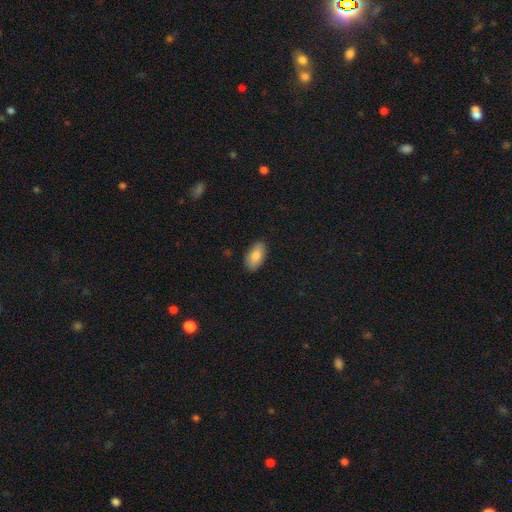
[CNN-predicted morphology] smooth 82%, featured or disk 11%, star or artifact 6%. Down the decision tree: how rounded — in between (93%); merging — none (88%).